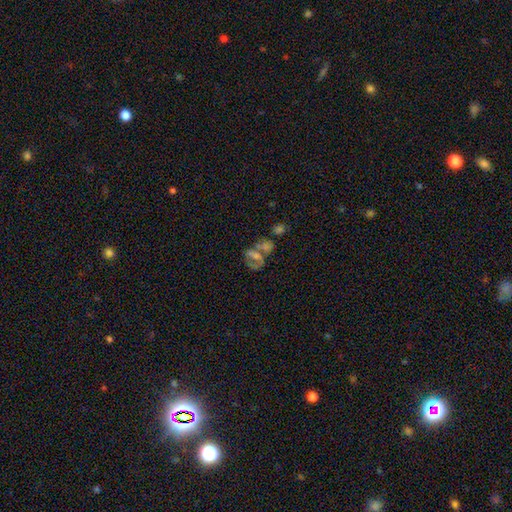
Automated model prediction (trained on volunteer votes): smooth_or_featured: featured or disk (p=0.40) [alt: smooth p=0.38]
merging: merger (p=0.41) [alt: none p=0.30]